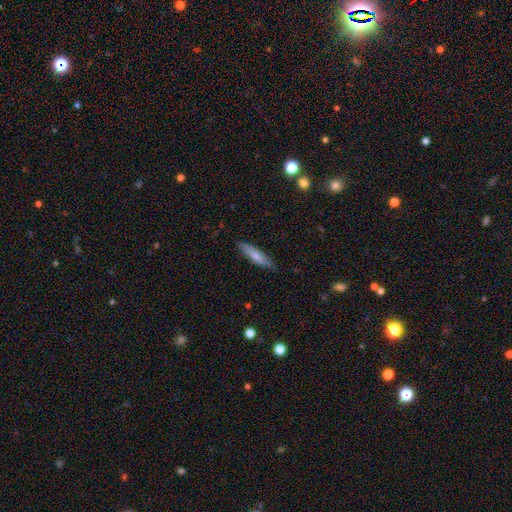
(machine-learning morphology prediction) type=smooth (74%); roundness=cigar-shaped (76%); merging=none (84%).